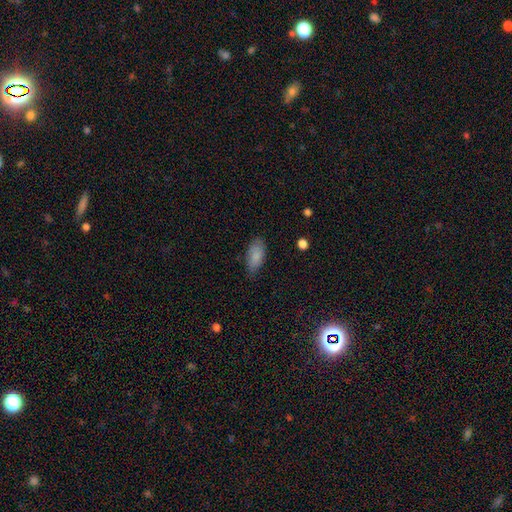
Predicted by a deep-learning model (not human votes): smooth 85%, featured or disk 8%, star or artifact 7%. Down the decision tree: how rounded — in between (87%); merging — none (75%).